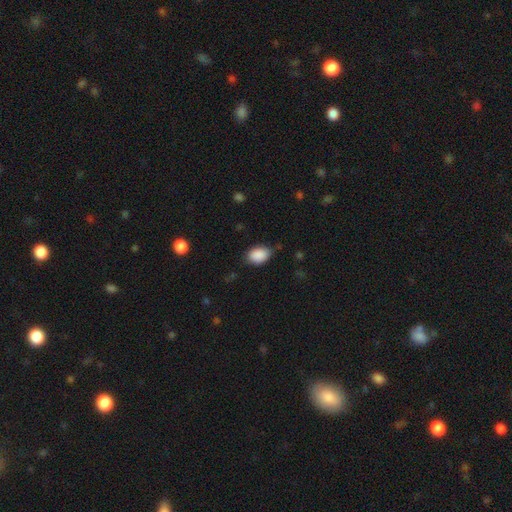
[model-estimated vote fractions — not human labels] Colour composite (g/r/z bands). It shows a smooth galaxy with no disk features (89%) that is in between round and cigar-shaped (85%). Merging: none (76%).